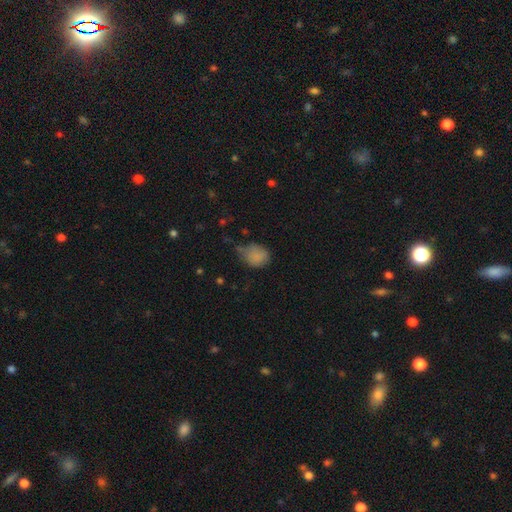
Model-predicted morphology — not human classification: Smooth or featured?
  - smooth: 82% *
  - star or artifact: 10%
  - featured or disk: 8%
How rounded?
  - round: 53% *
  - in between: 46%
  - cigar-shaped: 1%
Merging?
  - none: 44% *
  - minor disturbance: 39%
  - major disturbance: 13%
  - merger: 4%